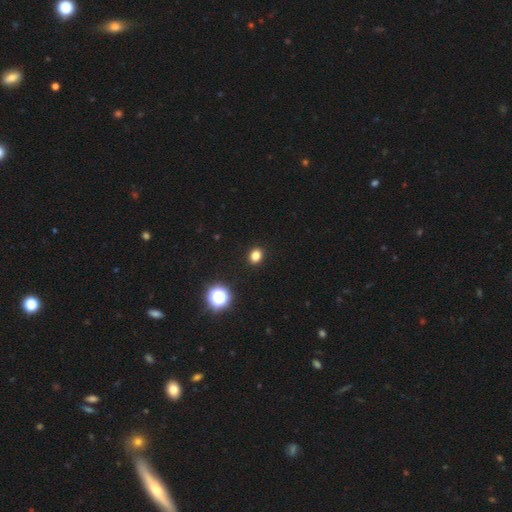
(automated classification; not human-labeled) This is clearly a smooth galaxy (81%). How rounded: likely round (63%). Merging: clearly none (92%).